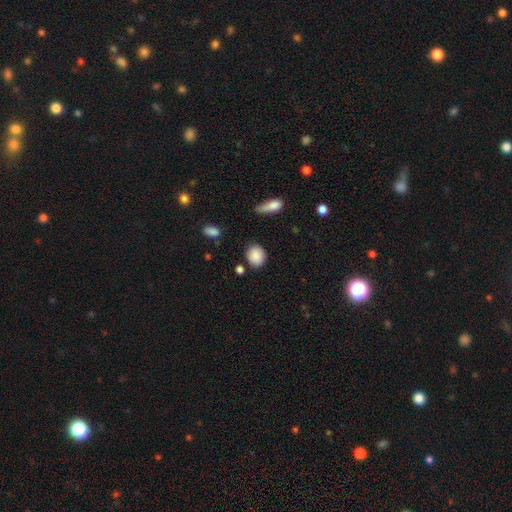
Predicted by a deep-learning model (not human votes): A smooth galaxy with no disk features (88%) that is round (66%). Merging: none (81%).